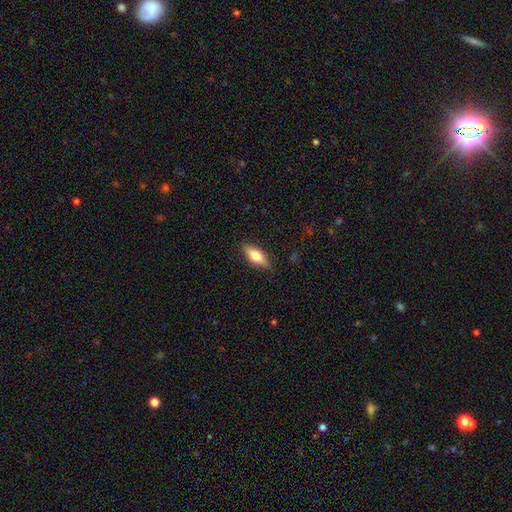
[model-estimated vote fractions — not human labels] Q: Smooth or featured?
A: smooth (67%); runner-up: featured or disk (26%)
Q: How rounded?
A: in between (68%); runner-up: cigar-shaped (29%)
Q: Merging?
A: none (85%); runner-up: minor disturbance (12%)